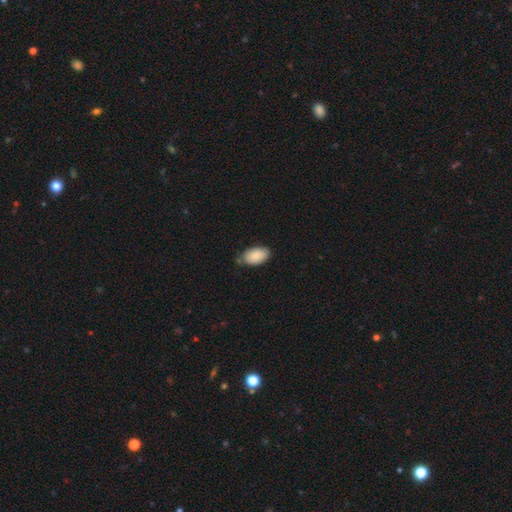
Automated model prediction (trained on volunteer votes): Q: Smooth or featured?
A: smooth (87%); runner-up: featured or disk (7%)
Q: How rounded?
A: in between (95%); runner-up: round (4%)
Q: Merging?
A: none (70%); runner-up: minor disturbance (23%)